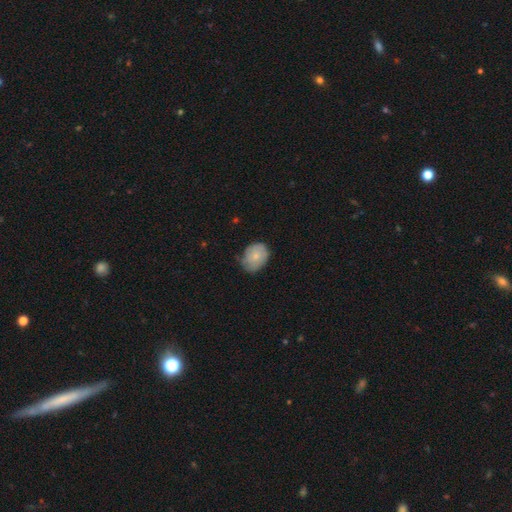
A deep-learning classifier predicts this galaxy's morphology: A smooth galaxy with no disk features (73%) that is in between round and cigar-shaped (57%).

Vote fractions:
- Smooth or featured? smooth: 73% / featured or disk: 21% / star or artifact: 7%
- How rounded? in between: 57% / round: 42% / cigar-shaped: 1%
- Merging? none: 60% / minor disturbance: 32% / major disturbance: 6% / merger: 1%